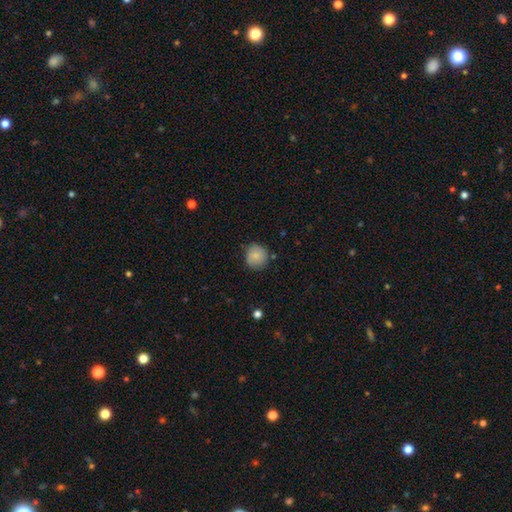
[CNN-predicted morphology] Overall: smooth (78%). How rounded: round (89%). Merging: none (77%).